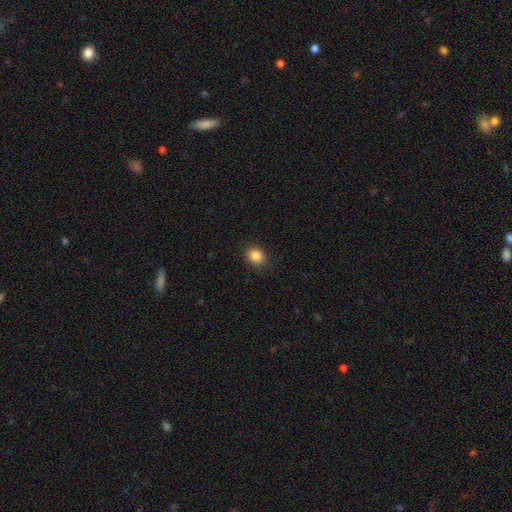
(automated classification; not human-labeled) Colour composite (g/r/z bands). It shows a smooth galaxy with no disk features (86%) that is round (59%). Merging: none (89%).